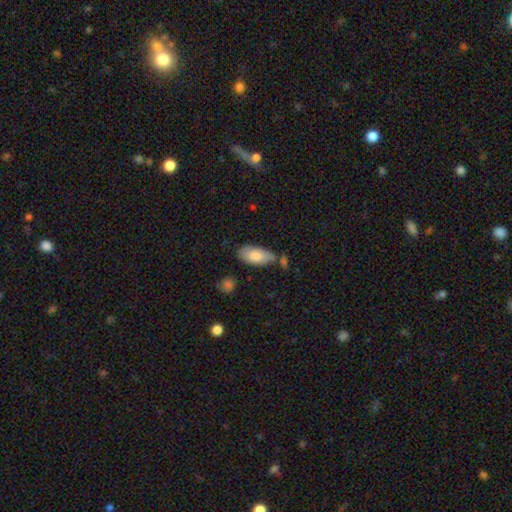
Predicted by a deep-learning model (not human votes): Smooth or featured? smooth (80%)
How rounded? in between (92%)
Merging? none (65%)